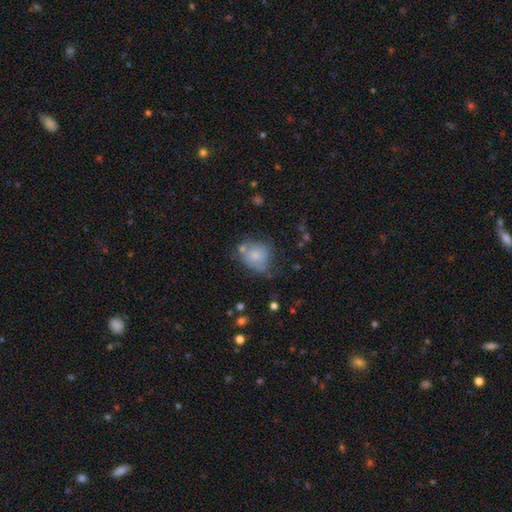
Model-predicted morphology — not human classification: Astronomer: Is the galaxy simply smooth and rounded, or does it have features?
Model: smooth — 61%.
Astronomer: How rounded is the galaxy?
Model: round — 62%.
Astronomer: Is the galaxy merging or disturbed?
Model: none — 41% (runner-up: minor disturbance, 30%).